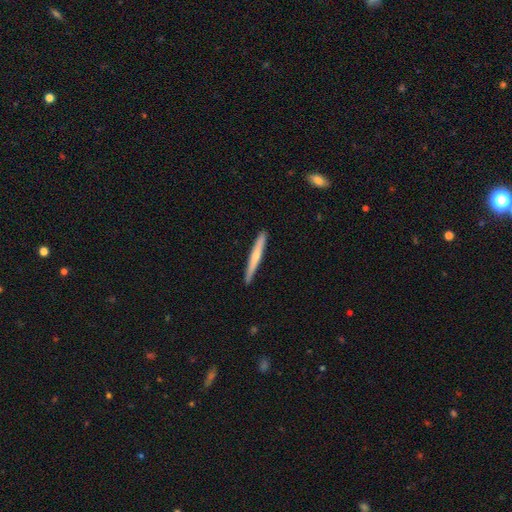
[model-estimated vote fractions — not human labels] smooth 51%, featured or disk 43%, star or artifact 5%. Down the decision tree: how rounded — cigar-shaped (96%); merging — none (91%).